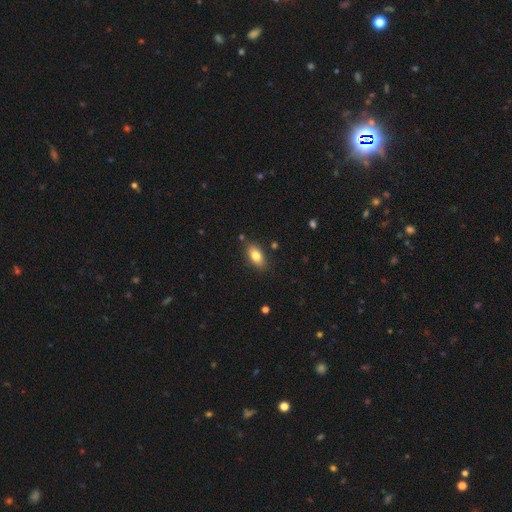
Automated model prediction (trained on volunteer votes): A smooth galaxy with no disk features (80%) that is in between round and cigar-shaped (88%). Merging: none (83%).